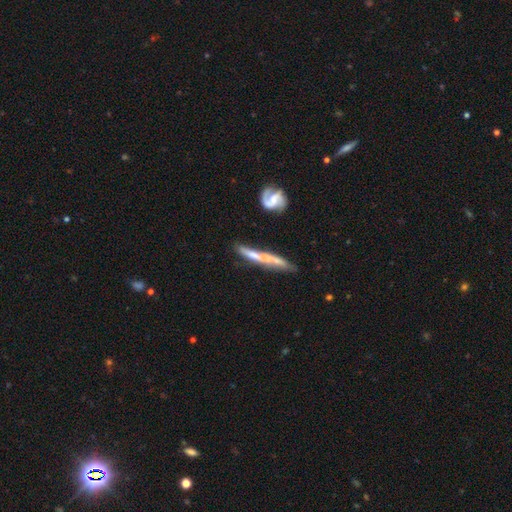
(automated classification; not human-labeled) Smooth or featured? featured or disk (58%)
Edge-on disk? yes (74%)
Merging? none (58%)